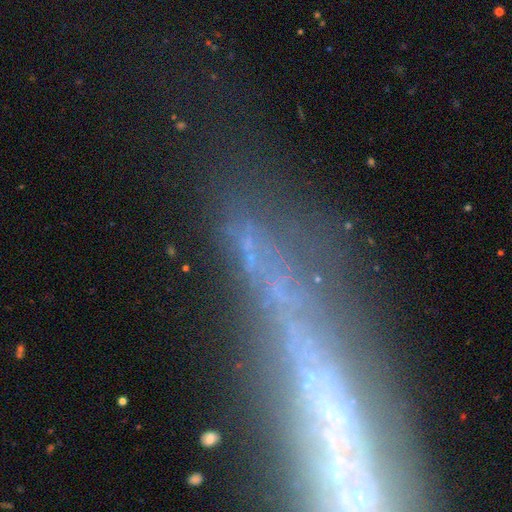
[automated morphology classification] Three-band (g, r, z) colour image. It shows a featured or disk galaxy (45%). Merging: none (57%).